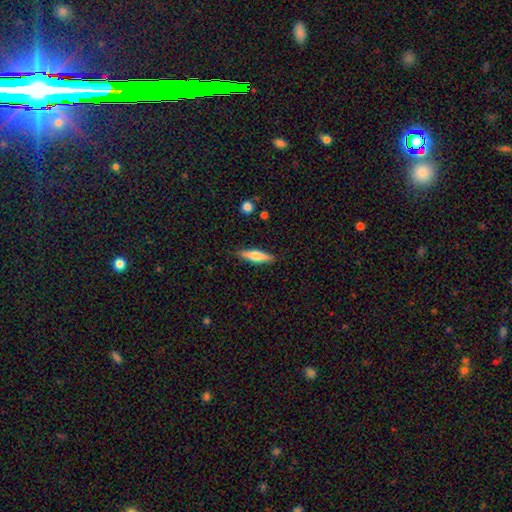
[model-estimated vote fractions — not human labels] Overall: smooth (59%; featured or disk 35%). How rounded: cigar-shaped (70%). Merging: none (87%).